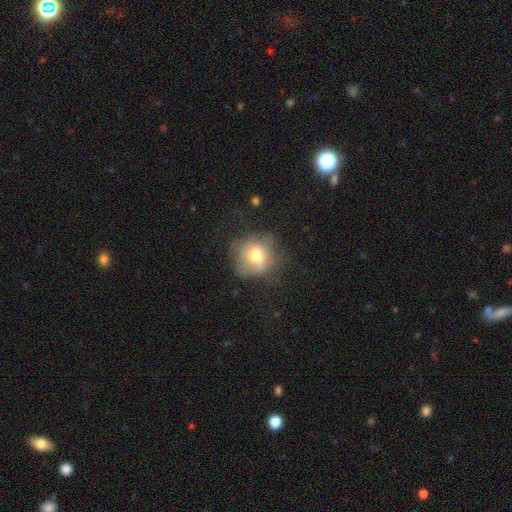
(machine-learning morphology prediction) Overall: smooth (65%). How rounded: round (80%). Merging: none (56%; minor disturbance 25%).